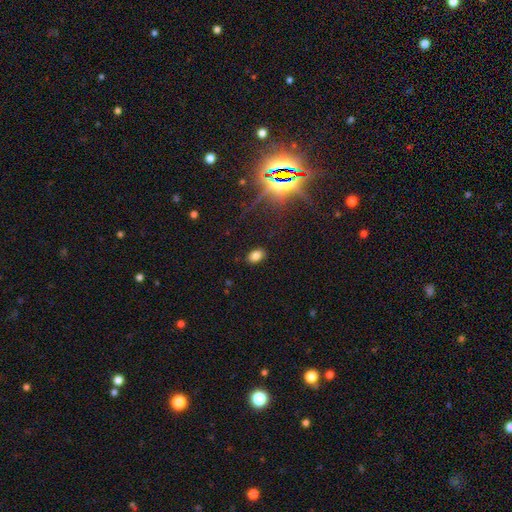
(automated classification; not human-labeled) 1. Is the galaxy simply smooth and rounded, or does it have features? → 77% smooth, 16% star or artifact, 7% featured or disk.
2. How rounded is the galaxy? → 83% in between, 15% round, 1% cigar-shaped.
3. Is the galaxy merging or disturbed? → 87% none, 9% minor disturbance, 3% major disturbance, 1% merger.